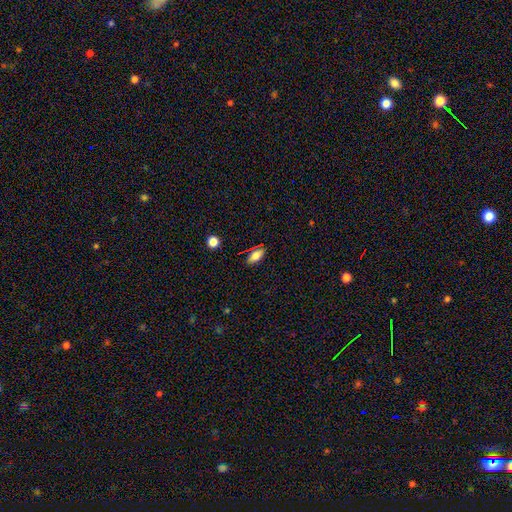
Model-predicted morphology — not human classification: Smooth or featured: smooth — 75% (featured or disk — 15%)
How rounded: in between — 84% (cigar-shaped — 11%)
Merging: none — 84% (minor disturbance — 11%)